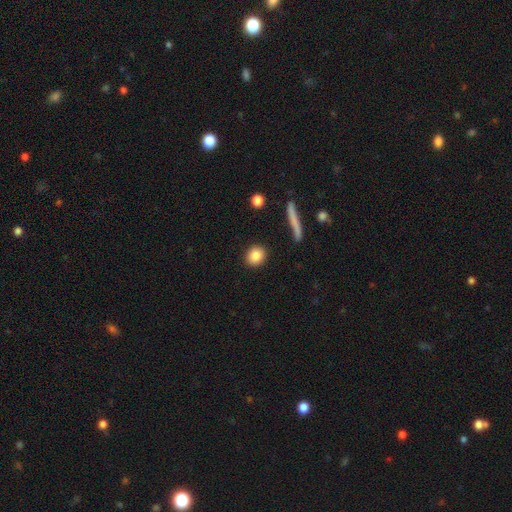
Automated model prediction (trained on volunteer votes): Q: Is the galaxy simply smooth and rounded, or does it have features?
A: smooth — 85%.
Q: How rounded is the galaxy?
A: round — 74%.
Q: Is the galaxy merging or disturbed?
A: none — 90%.